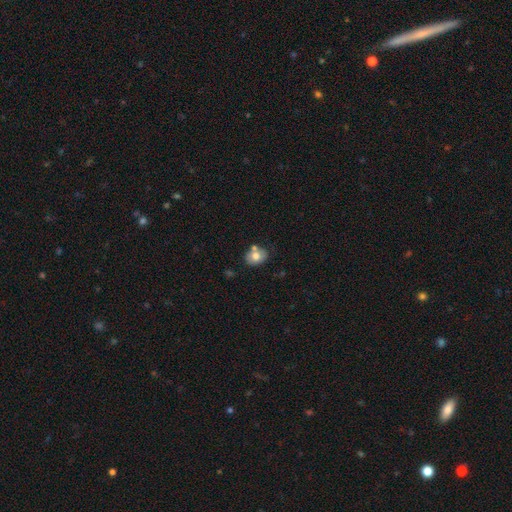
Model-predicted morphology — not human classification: The model was most divided on "how rounded": in between: 57%, round: 42%, cigar-shaped: 1%. More confident: smooth or featured — smooth (73%); merging — none (65%).